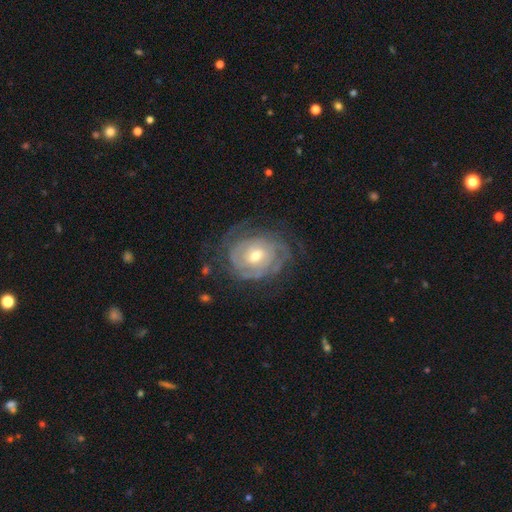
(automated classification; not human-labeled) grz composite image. It shows a featured or disk galaxy (83%) with no bar (54%), tight (75%) spiral arms (91%) and a moderate central bulge (61%). Merging: none (67%).